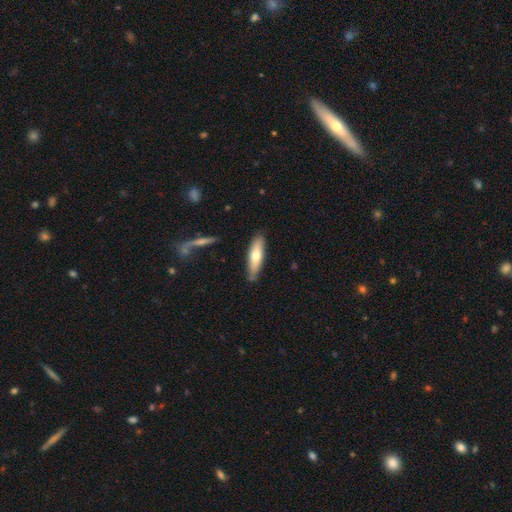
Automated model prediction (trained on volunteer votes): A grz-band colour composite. It shows a smooth galaxy with no disk features (63%) that is cigar-shaped (59%). Merging: none (80%).